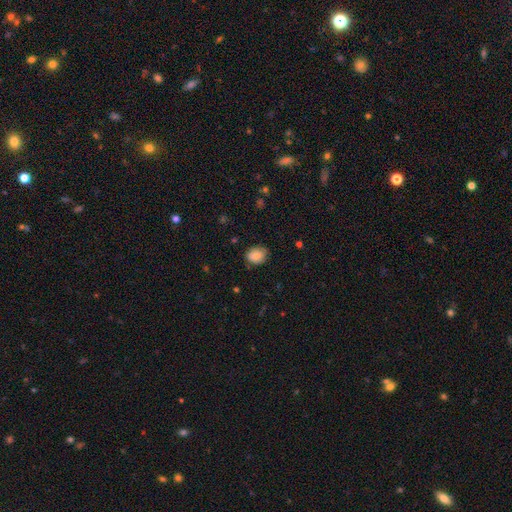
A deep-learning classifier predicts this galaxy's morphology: Overall: smooth (84%). How rounded: in between (50%; round 49%). Merging: none (74%).